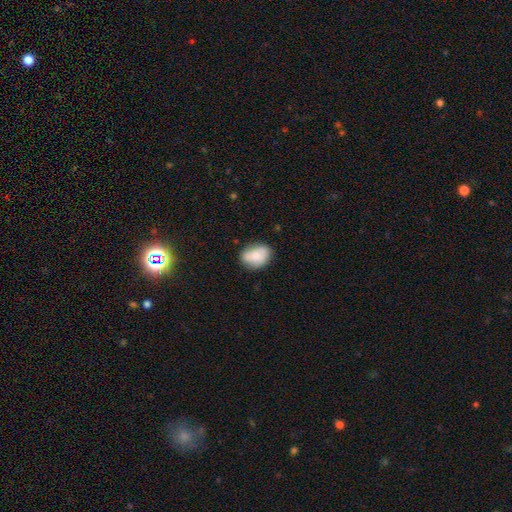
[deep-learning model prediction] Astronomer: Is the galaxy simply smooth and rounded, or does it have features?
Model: smooth — 75%.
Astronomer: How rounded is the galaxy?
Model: in between — 68%.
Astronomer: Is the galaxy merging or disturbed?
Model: none — 75%.